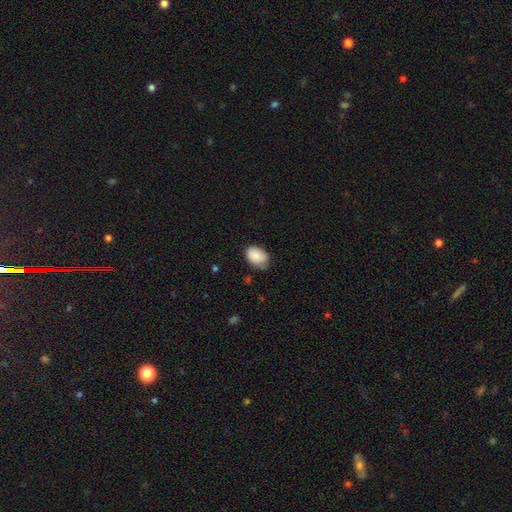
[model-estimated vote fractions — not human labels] smooth 84%, featured or disk 9%, star or artifact 7%. Down the decision tree: how rounded — in between (77%); merging — none (60%).